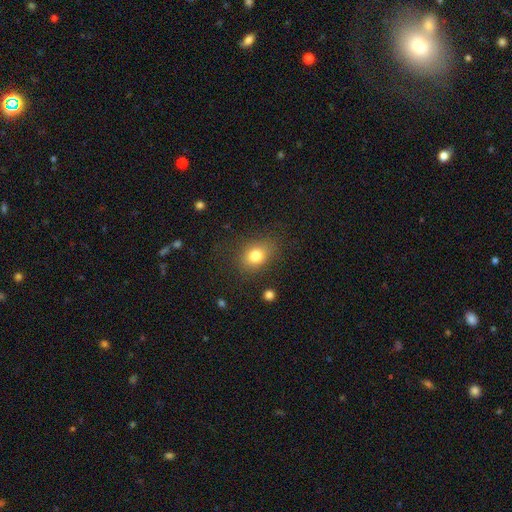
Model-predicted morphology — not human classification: A smooth galaxy with no disk features (79%) that is in between round and cigar-shaped (57%).

Vote fractions:
- Smooth or featured? smooth: 79% / star or artifact: 11% / featured or disk: 10%
- How rounded? in between: 57% / round: 41% / cigar-shaped: 1%
- Merging? none: 78% / minor disturbance: 14% / major disturbance: 6% / merger: 2%